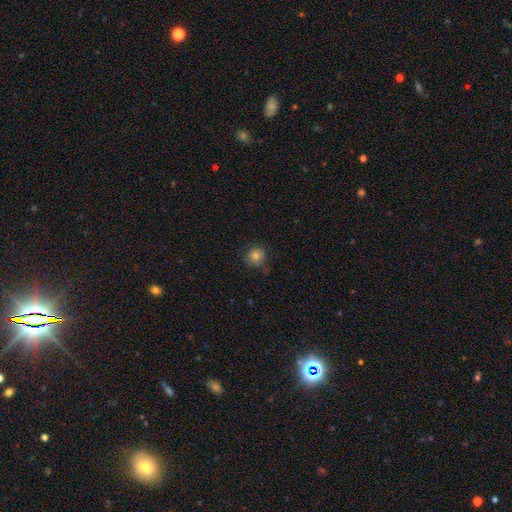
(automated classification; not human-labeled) Smooth or featured? smooth (81%)
How rounded? round (90%)
Merging? none (72%)